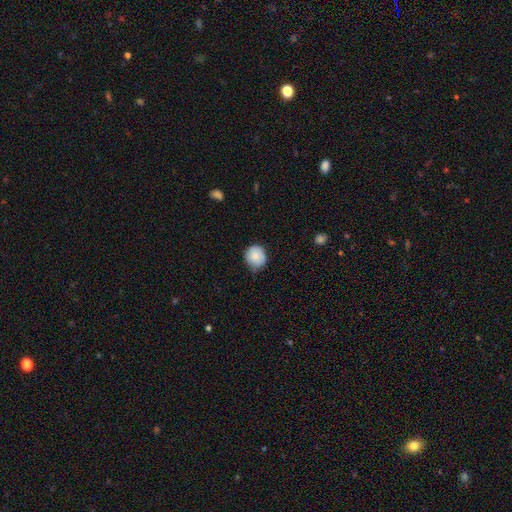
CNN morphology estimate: smooth_or_featured: smooth (p=0.79) [alt: featured or disk p=0.13]
how_rounded: round (p=0.86) [alt: in between p=0.13]
merging: none (p=0.62) [alt: minor disturbance p=0.32]